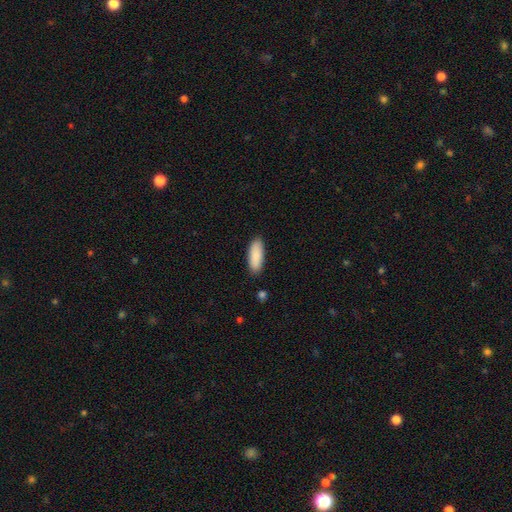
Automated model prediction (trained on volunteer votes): This appears to be a smooth galaxy with no disk features (89%) that is in between round and cigar-shaped (69%). Merging: none (87%).